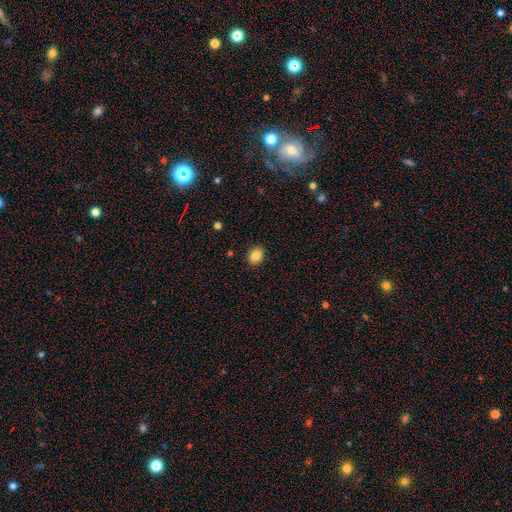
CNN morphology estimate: smooth_or_featured: smooth (p=0.86) [alt: star or artifact p=0.09]
how_rounded: in between (p=0.56) [alt: round p=0.43]
merging: none (p=0.89) [alt: minor disturbance p=0.08]